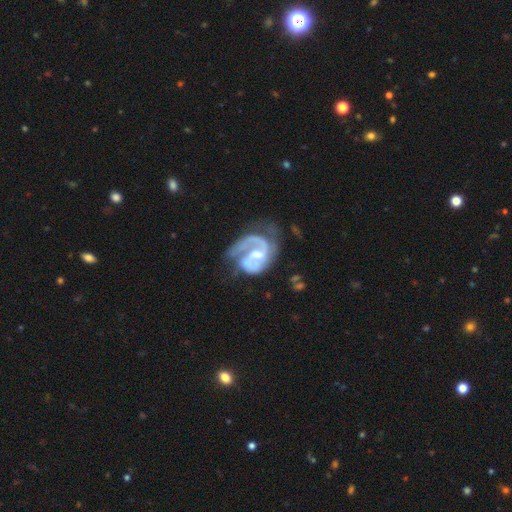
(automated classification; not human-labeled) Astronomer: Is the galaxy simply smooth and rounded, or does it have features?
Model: featured or disk — 87%.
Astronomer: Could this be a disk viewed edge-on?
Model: no — 98%.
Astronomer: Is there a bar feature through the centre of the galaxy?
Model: weak — 53% (runner-up: no, 30%).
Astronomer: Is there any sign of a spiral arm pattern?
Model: yes — 94%.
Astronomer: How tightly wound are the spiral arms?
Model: medium — 50% (runner-up: tight, 28%).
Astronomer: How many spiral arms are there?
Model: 2 — 59%.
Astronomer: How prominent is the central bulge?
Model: small — 45% (runner-up: moderate, 40%).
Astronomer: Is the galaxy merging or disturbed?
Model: none — 40% (runner-up: major disturbance, 32%).